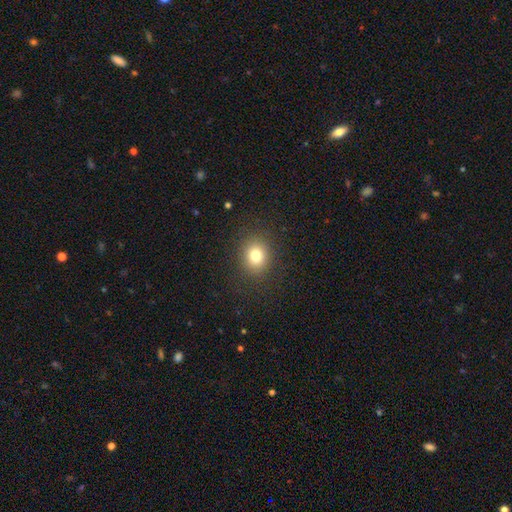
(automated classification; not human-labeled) The model was most divided on "how rounded": round: 72%, in between: 27%, cigar-shaped: 1%. More confident: merging — none (88%); smooth or featured — smooth (78%).